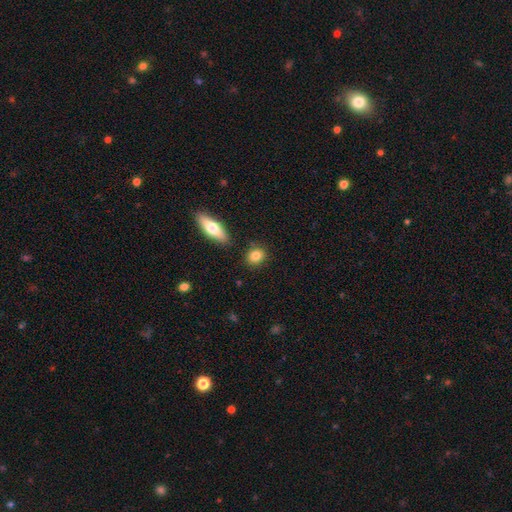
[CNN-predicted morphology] Smooth or featured? Predicted: smooth (p=0.84). How rounded? Predicted: round (p=0.57). Merging? Predicted: none (p=0.85).